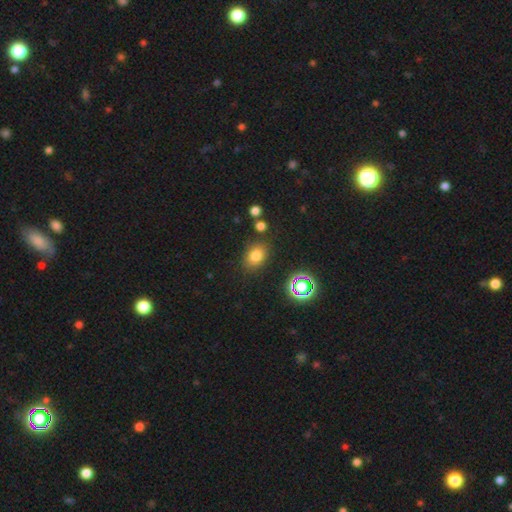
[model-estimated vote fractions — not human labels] A smooth galaxy with no disk features (75%) that is in between round and cigar-shaped (62%). Merging: none (82%).